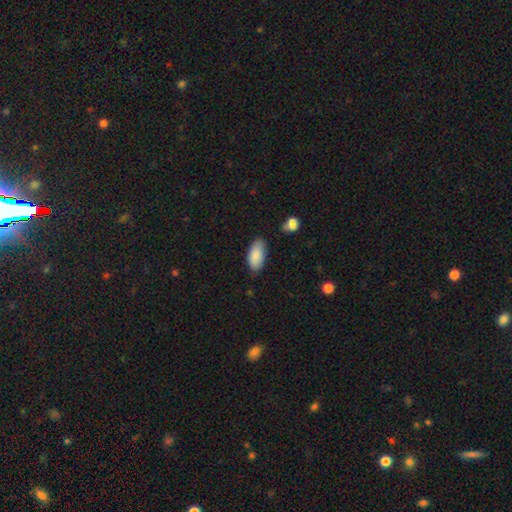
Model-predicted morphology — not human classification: Smooth or featured: smooth — 88% (star or artifact — 6%)
How rounded: in between — 92% (cigar-shaped — 6%)
Merging: none — 74% (minor disturbance — 19%)